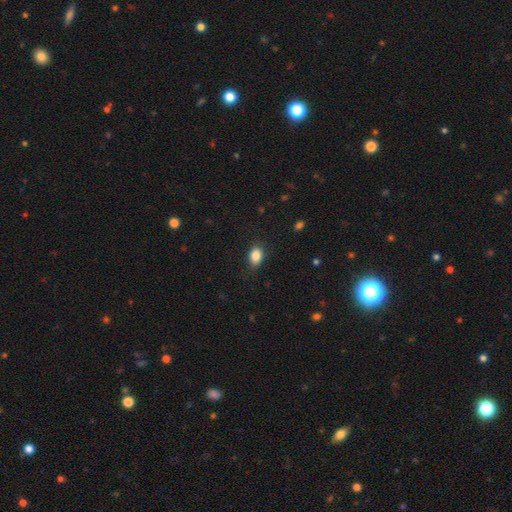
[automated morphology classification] Smooth or featured? Predicted: smooth (p=0.85). How rounded? Predicted: in between (p=0.75). Merging? Predicted: none (p=0.81).